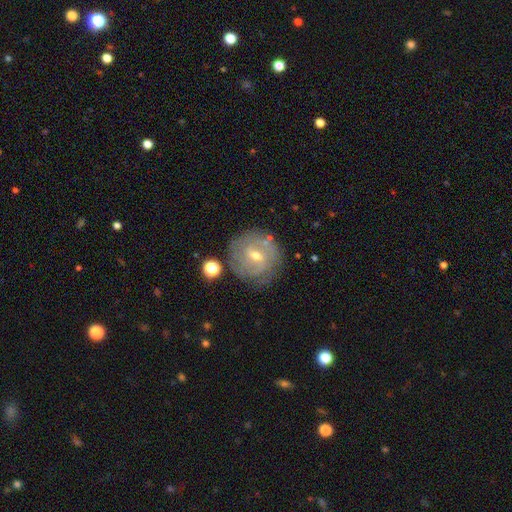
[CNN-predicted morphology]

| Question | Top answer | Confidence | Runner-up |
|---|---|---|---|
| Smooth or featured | featured or disk | 71% | smooth (21%) |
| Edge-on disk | no | 96% | yes (4%) |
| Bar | weak | 55% | no (29%) |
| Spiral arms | yes | 80% | no (20%) |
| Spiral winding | tight | 54% | medium (32%) |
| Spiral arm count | can't tell | 39% | tied: 2 (39%) |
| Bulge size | moderate | 50% | small (47%) |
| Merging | none | 75% | minor disturbance (16%) |